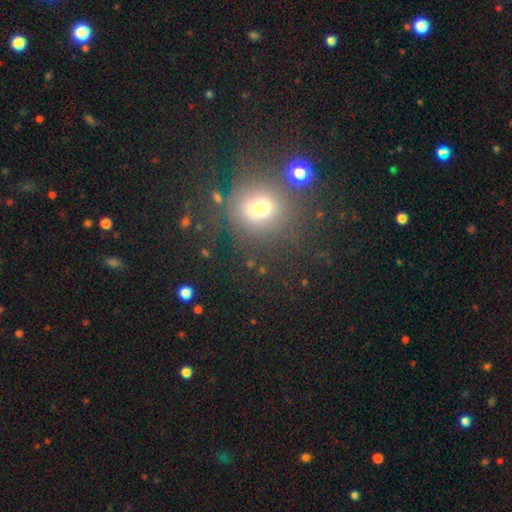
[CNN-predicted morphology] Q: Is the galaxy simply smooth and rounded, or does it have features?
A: smooth — 56%.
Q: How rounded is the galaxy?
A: round — 87%.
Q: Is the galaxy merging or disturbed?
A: none — 80%.